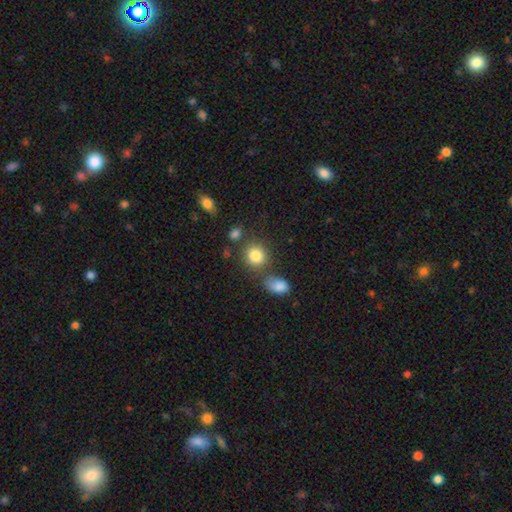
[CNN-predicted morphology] Smooth or featured?
  - smooth: 83% *
  - star or artifact: 10%
  - featured or disk: 7%
How rounded?
  - round: 80% *
  - in between: 19%
  - cigar-shaped: 1%
Merging?
  - none: 68% *
  - merger: 15%
  - minor disturbance: 12%
  - major disturbance: 5%